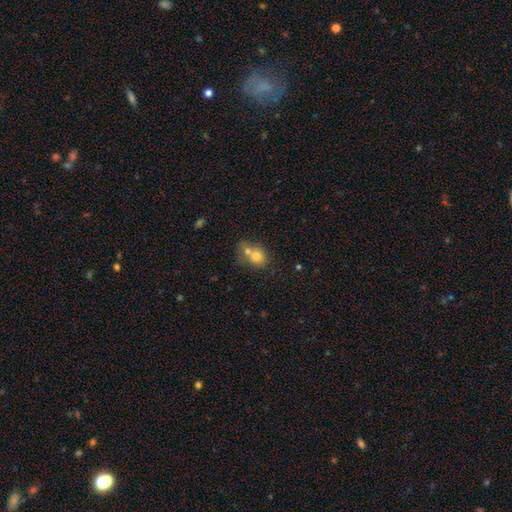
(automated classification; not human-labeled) Smooth or featured? smooth (73%)
How rounded? round (63%)
Merging? merger (52%)